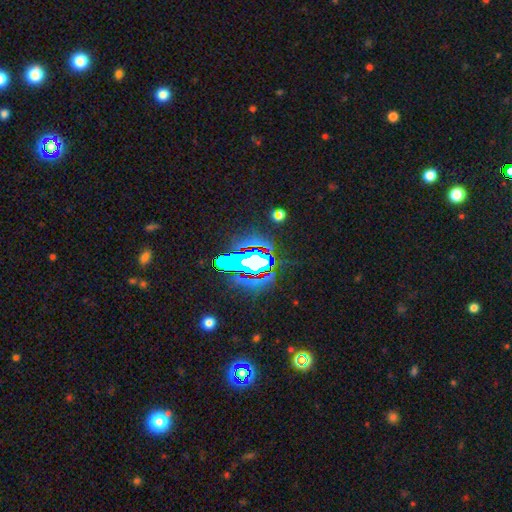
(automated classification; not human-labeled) star or artifact 67%, featured or disk 16%, smooth 16%.